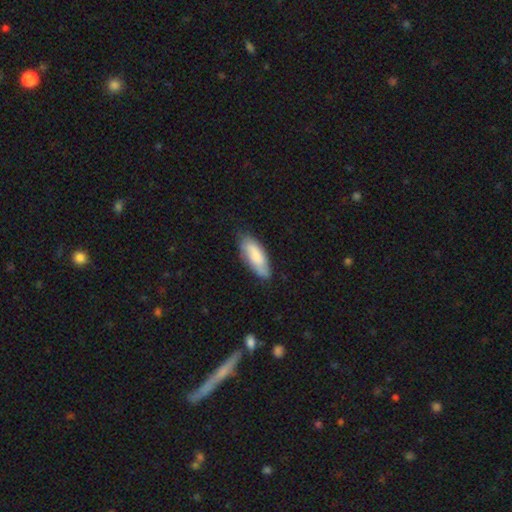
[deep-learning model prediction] Morphology: type=smooth (75%); roundness=in between (73%); merging=none (75%).